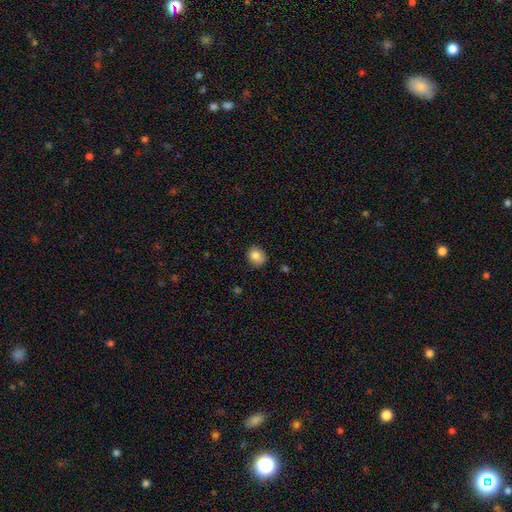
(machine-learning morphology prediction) This is clearly a smooth galaxy (85%). How rounded: likely round (66%). Merging: likely none (79%).